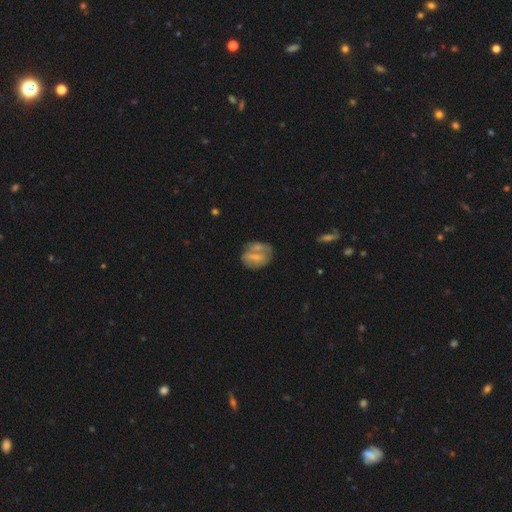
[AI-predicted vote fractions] This is possibly a smooth galaxy (53%). How rounded: possibly in between (60%). Merging: marginally none (40%).